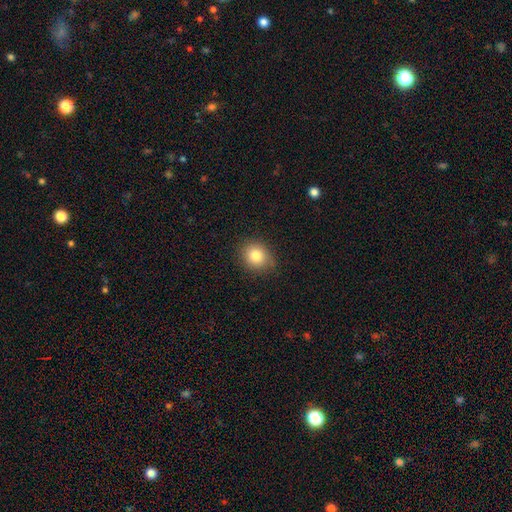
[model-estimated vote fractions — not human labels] This is clearly a smooth galaxy (81%). How rounded: likely round (71%). Merging: clearly none (81%).